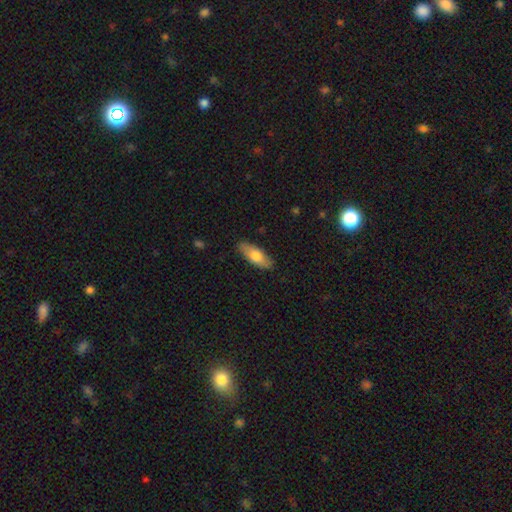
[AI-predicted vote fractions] smooth_or_featured: smooth (p=0.74) [alt: featured or disk p=0.21]
how_rounded: in between (p=0.74) [alt: cigar-shaped p=0.24]
merging: none (p=0.85) [alt: minor disturbance p=0.11]